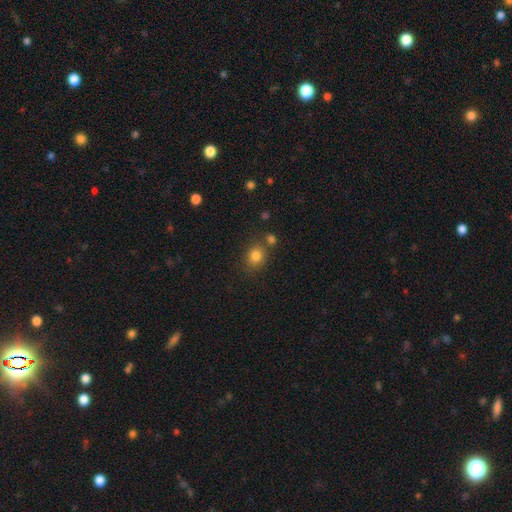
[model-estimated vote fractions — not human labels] Smooth or featured? smooth (81%)
How rounded? round (66%)
Merging? none (70%)